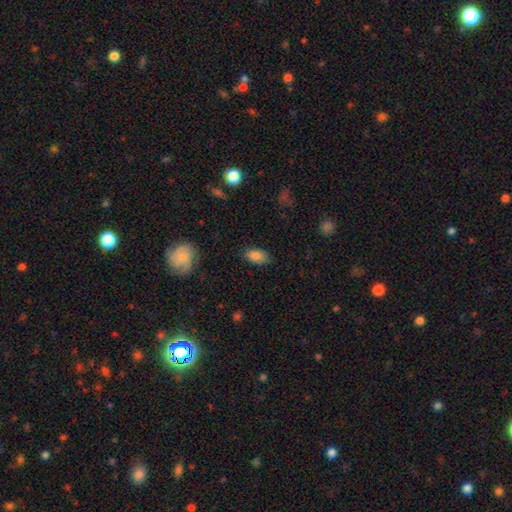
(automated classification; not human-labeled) A smooth galaxy with no disk features (83%) that is in between round and cigar-shaped (91%). Merging: none (82%).